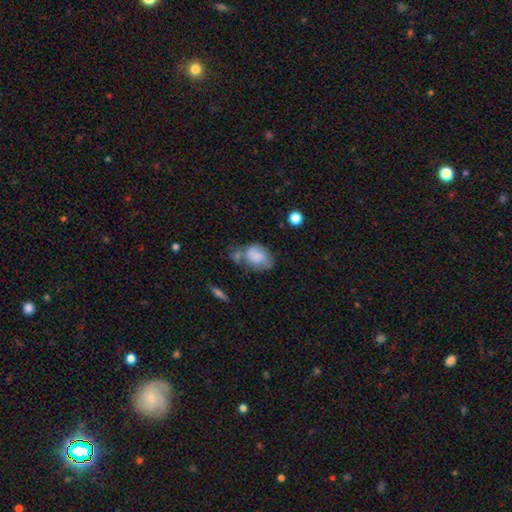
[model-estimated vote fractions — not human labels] This is likely a smooth galaxy (73%). How rounded: likely in between (73%). Merging: marginally none (34%).